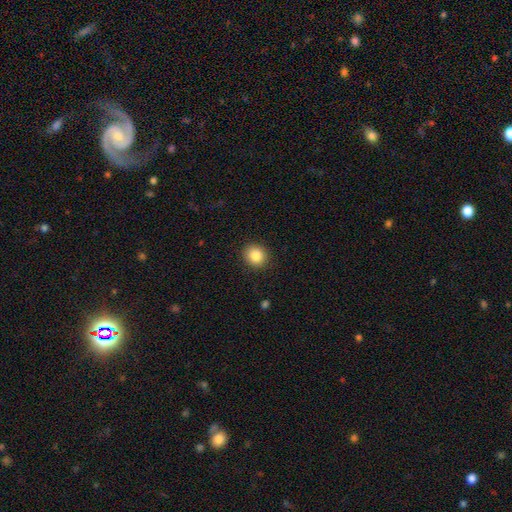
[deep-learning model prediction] Smooth or featured: smooth — 86% (star or artifact — 9%)
How rounded: round — 81% (in between — 18%)
Merging: none — 90% (minor disturbance — 7%)